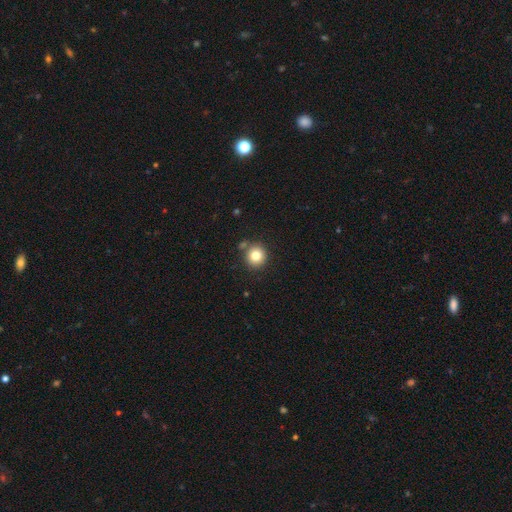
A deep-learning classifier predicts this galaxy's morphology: Overall: smooth (81%). How rounded: round (91%). Merging: none (80%).